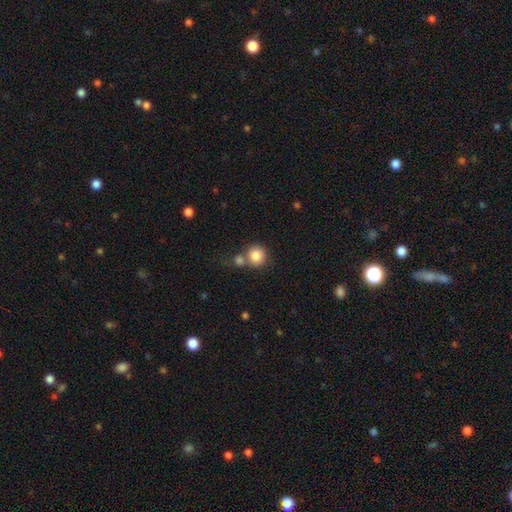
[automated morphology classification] The model was most divided on "merging": none: 55%, merger: 32%, minor disturbance: 9%, major disturbance: 4%. More confident: how rounded — round (90%); smooth or featured — smooth (84%).